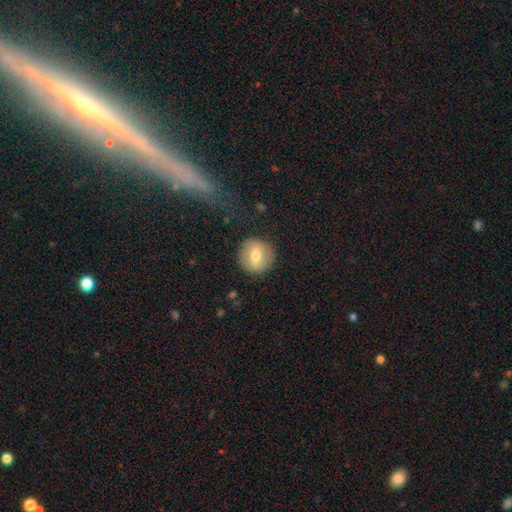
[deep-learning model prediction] smooth_or_featured: smooth (p=0.68) [alt: featured or disk p=0.24]
how_rounded: round (p=0.93) [alt: in between p=0.06]
merging: none (p=0.88) [alt: minor disturbance p=0.08]